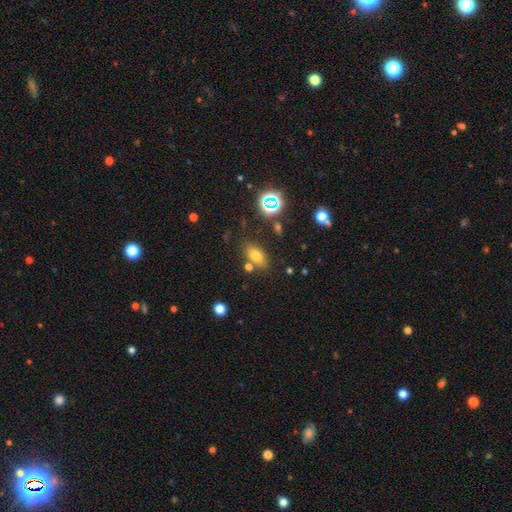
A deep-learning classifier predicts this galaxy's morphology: type=smooth (71%); roundness=in between (81%); merging=none (73%).